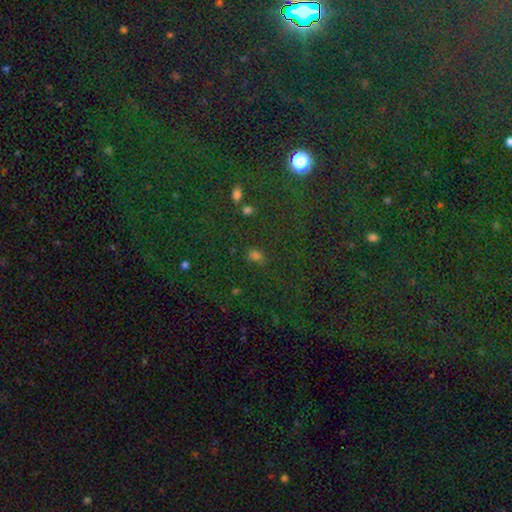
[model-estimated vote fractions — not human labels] The model was most divided on "smooth or featured": smooth: 58%, star or artifact: 35%, featured or disk: 8%. More confident: merging — none (69%); how rounded — in between (60%).